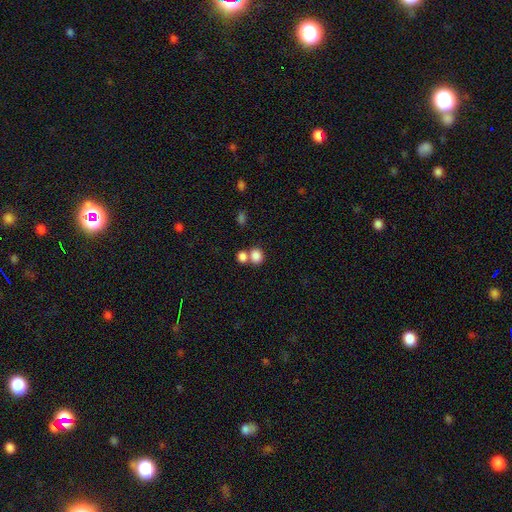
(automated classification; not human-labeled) Q: Smooth or featured?
A: smooth (84%); runner-up: star or artifact (10%)
Q: How rounded?
A: round (57%); runner-up: in between (41%)
Q: Merging?
A: merger (45%); runner-up: none (43%)